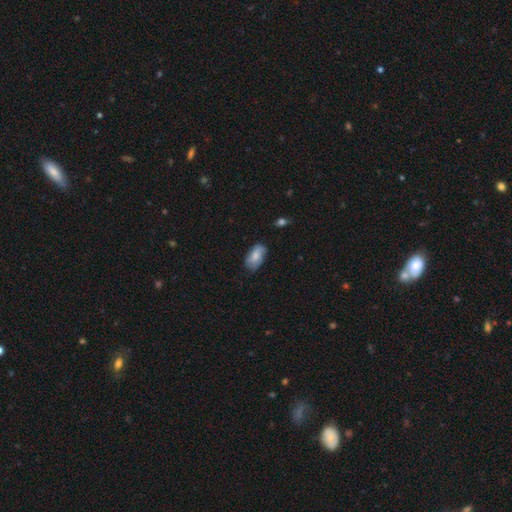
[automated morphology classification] This is likely a smooth galaxy (71%). How rounded: clearly in between (92%). Merging: likely none (71%).